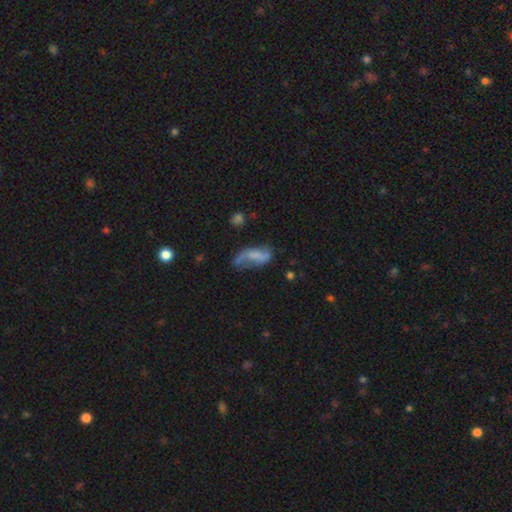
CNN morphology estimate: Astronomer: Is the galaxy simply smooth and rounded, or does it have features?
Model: featured or disk — 49% (runner-up: smooth, 40%).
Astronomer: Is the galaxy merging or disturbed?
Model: none — 39% (runner-up: minor disturbance, 28%).